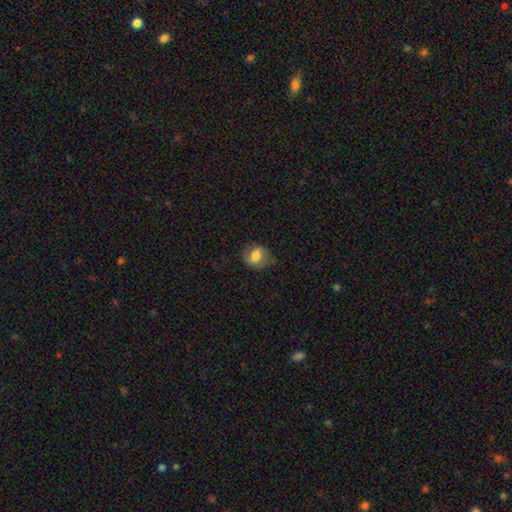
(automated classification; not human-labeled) smooth-or-featured: smooth: 73% | featured or disk: 19% | star or artifact: 9%
  how-rounded: round: 58% | in between: 41% | cigar-shaped: 1%
  merging: none: 65% | minor disturbance: 25% | major disturbance: 9% | merger: 1%